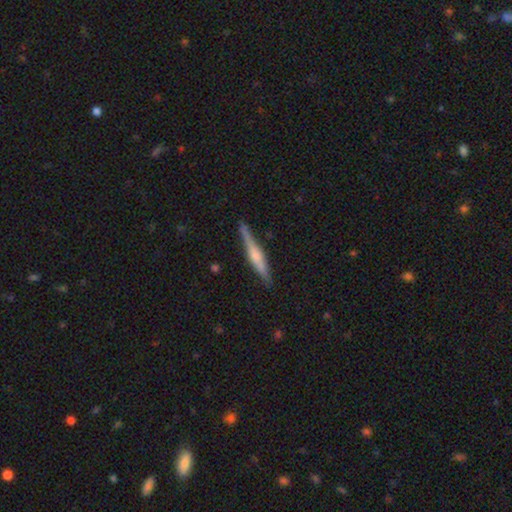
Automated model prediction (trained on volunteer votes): Smooth or featured? Predicted: featured or disk (p=0.64). Edge-on disk? Predicted: yes (p=0.98). Edge-on bulge? Predicted: rounded (p=0.69). Merging? Predicted: none (p=0.88).